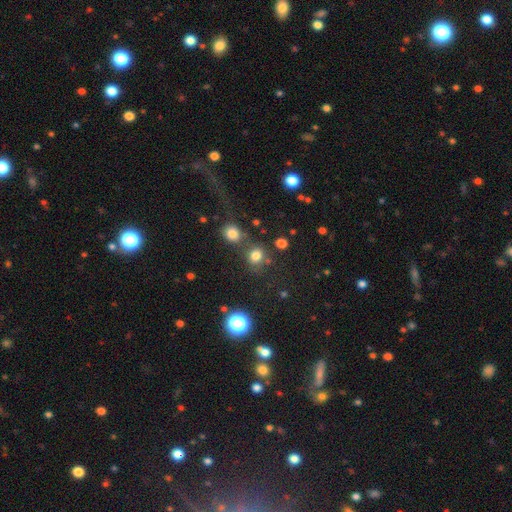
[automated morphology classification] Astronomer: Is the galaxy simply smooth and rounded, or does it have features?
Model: smooth — 75%.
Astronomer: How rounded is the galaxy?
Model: round — 69%.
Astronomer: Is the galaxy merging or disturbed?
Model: none — 60%.